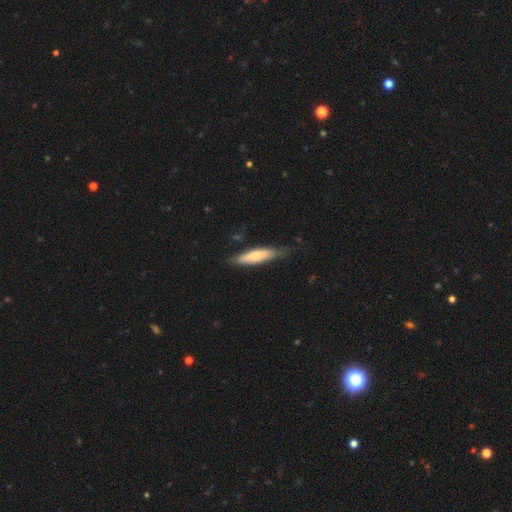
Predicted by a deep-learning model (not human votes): Morphology: type=smooth (69%); roundness=cigar-shaped (73%); merging=none (69%).